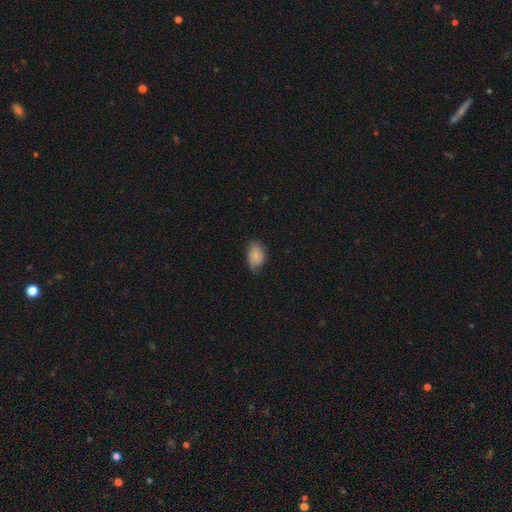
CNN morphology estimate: A smooth galaxy with no disk features (82%) that is in between round and cigar-shaped (86%). Merging: none (59%).